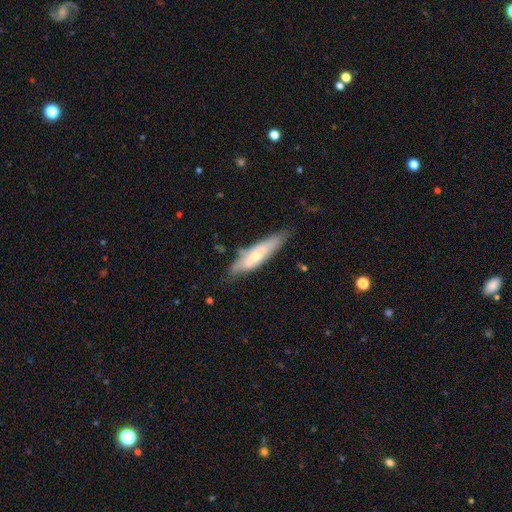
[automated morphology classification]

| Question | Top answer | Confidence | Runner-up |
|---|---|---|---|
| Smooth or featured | featured or disk | 48% | smooth (45%) |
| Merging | none | 63% | minor disturbance (26%) |